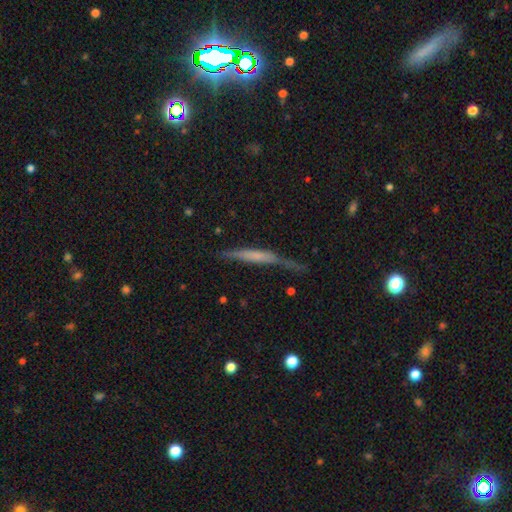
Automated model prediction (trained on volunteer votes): featured or disk 51%, smooth 42%, star or artifact 7%. Down the decision tree: edge-on disk — yes (91%); merging — none (54%).